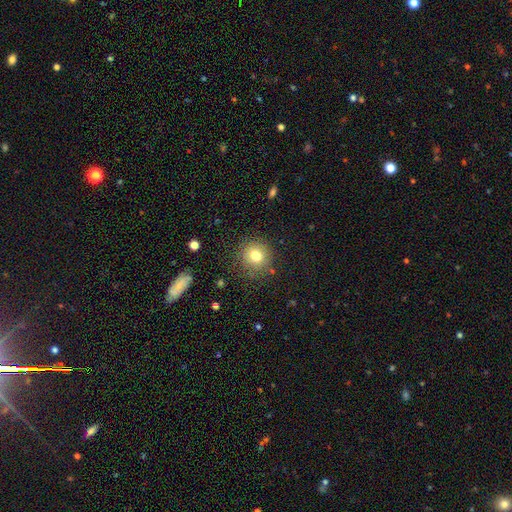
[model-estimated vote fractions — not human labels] Smooth or featured?
  - smooth: 79% *
  - star or artifact: 12%
  - featured or disk: 10%
How rounded?
  - round: 91% *
  - in between: 8%
  - cigar-shaped: 1%
Merging?
  - none: 84% *
  - minor disturbance: 11%
  - major disturbance: 4%
  - merger: 2%